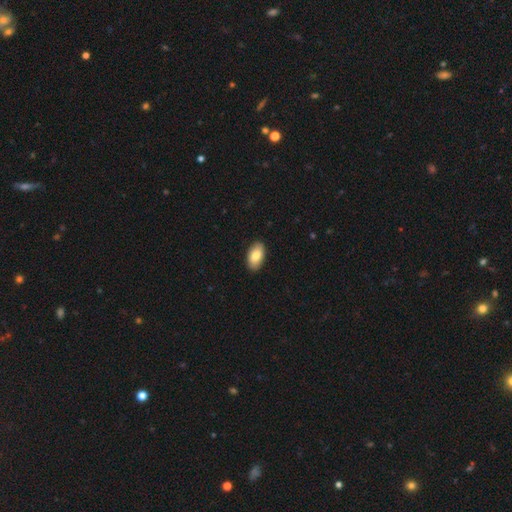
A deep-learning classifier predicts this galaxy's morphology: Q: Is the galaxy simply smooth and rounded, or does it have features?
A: smooth — 82%.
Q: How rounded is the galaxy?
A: in between — 95%.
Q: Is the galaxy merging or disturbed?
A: none — 89%.